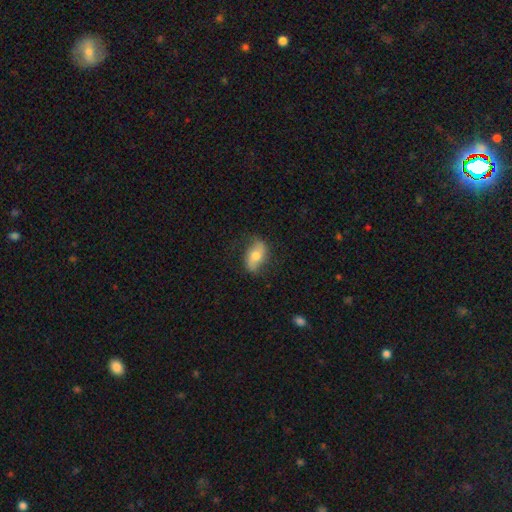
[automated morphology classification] Smooth or featured: smooth — 51% (featured or disk — 42%)
How rounded: in between — 86% (round — 10%)
Merging: none — 74% (minor disturbance — 19%)